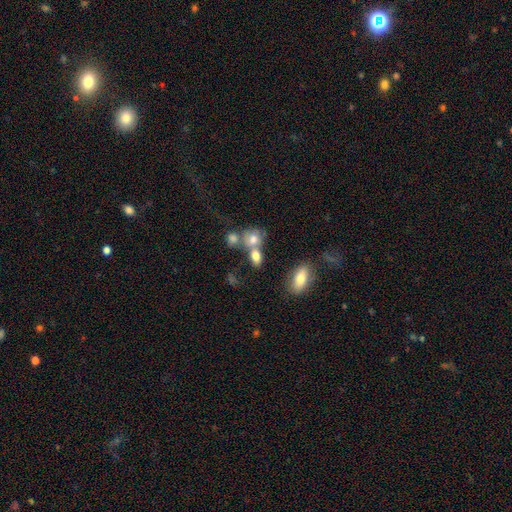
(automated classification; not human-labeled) The model was most divided on "merging": merger: 45%, none: 37%, minor disturbance: 11%, major disturbance: 6%. More confident: smooth or featured — smooth (76%); how rounded — in between (62%).